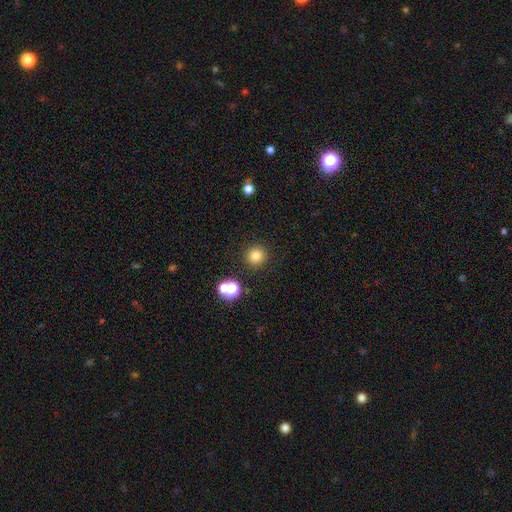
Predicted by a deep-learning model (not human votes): Smooth or featured? smooth (78%)
How rounded? round (94%)
Merging? none (89%)